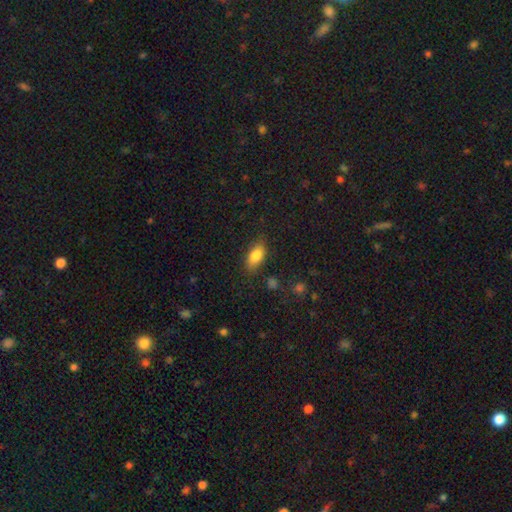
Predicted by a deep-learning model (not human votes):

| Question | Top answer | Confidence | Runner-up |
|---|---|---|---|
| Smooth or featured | smooth | 81% | featured or disk (11%) |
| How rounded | in between | 87% | cigar-shaped (8%) |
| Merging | none | 80% | minor disturbance (15%) |